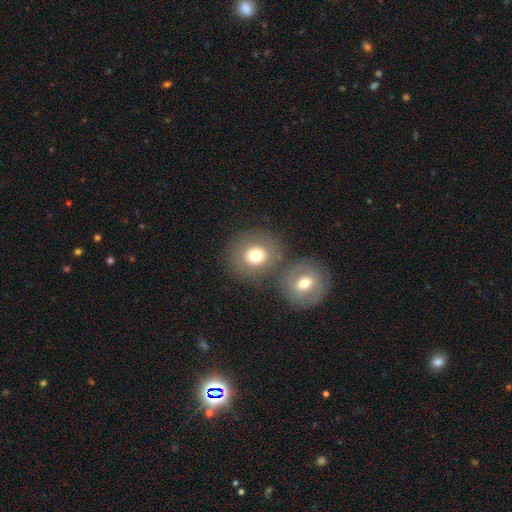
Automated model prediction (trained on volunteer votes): This appears to be a smooth galaxy with no disk features (73%) that is round (83%). Merging: none (63%).